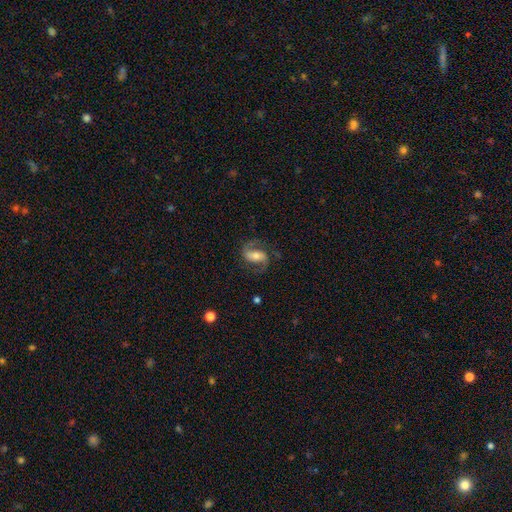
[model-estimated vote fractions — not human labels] Smooth or featured: featured or disk — 82% (smooth — 12%)
Edge-on disk: no — 97% (yes — 3%)
Bar: strong — 38% (weak — 36%)
Spiral arms: yes — 96% (no — 4%)
Spiral winding: medium — 52% (loose — 34%)
Spiral arm count: 2 — 92% (1 — 3%)
Bulge size: moderate — 51% (small — 37%)
Merging: none — 75% (minor disturbance — 14%)